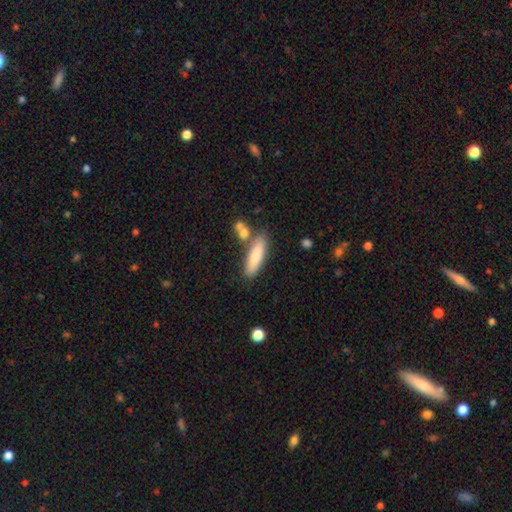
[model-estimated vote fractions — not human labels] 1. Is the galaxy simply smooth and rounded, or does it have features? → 80% smooth, 14% featured or disk, 6% star or artifact.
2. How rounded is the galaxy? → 63% cigar-shaped, 35% in between, 2% round.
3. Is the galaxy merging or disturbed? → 71% none, 13% minor disturbance, 13% merger, 4% major disturbance.